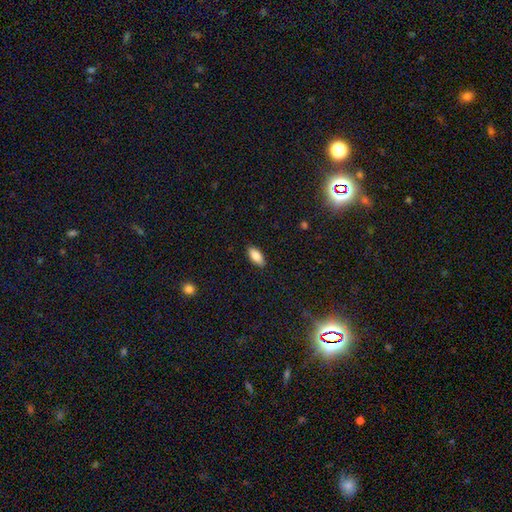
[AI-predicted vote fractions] This appears to be a smooth galaxy with no disk features (85%) that is in between round and cigar-shaped (85%). Merging: none (88%).